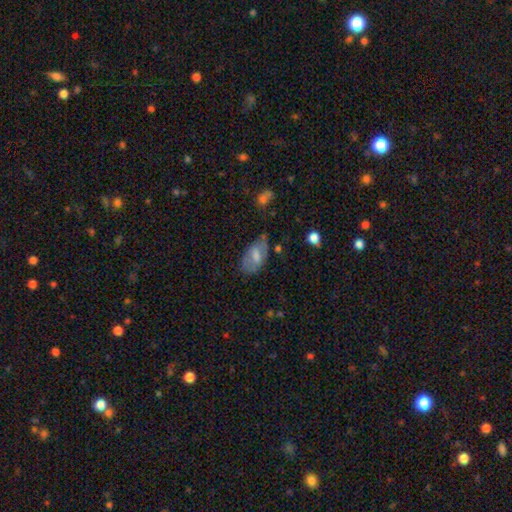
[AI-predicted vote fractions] Morphology: type=smooth (60%); roundness=in between (92%); merging=none (55%).